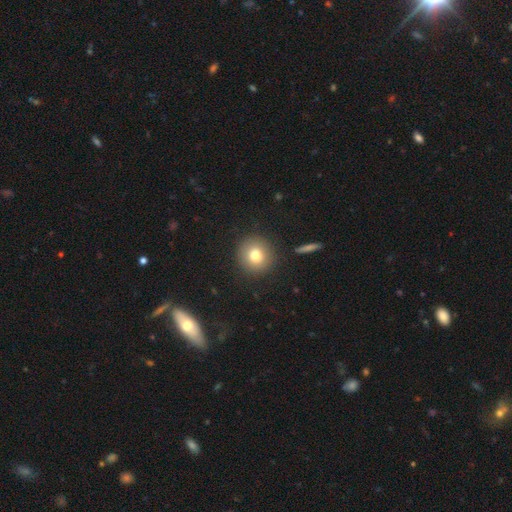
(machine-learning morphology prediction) Smooth or featured?
  - smooth: 75% *
  - featured or disk: 13%
  - star or artifact: 12%
How rounded?
  - round: 93% *
  - in between: 6%
  - cigar-shaped: 1%
Merging?
  - none: 90% *
  - minor disturbance: 6%
  - major disturbance: 2%
  - merger: 2%